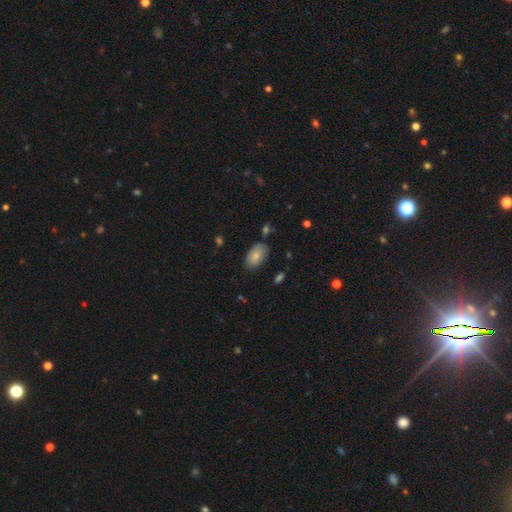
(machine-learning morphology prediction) Smooth or featured? Predicted: smooth (p=0.82). How rounded? Predicted: in between (p=0.93). Merging? Predicted: none (p=0.77).